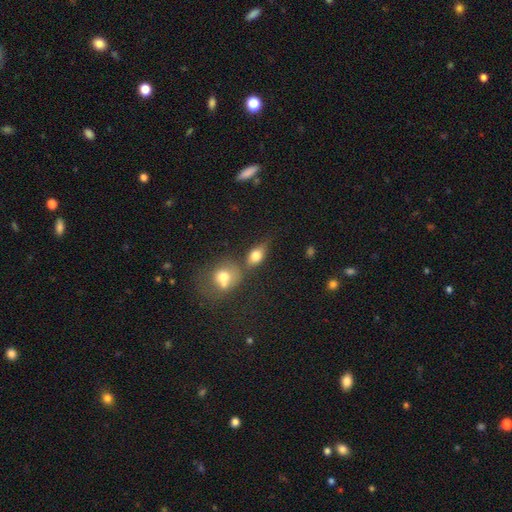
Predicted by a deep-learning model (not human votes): Overall: smooth (74%). How rounded: in between (75%). Merging: none (50%; merger 24%).